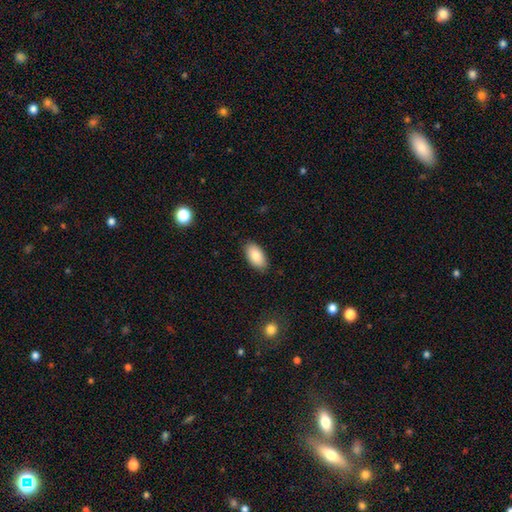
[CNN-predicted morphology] Smooth or featured? smooth (85%)
How rounded? in between (95%)
Merging? none (87%)